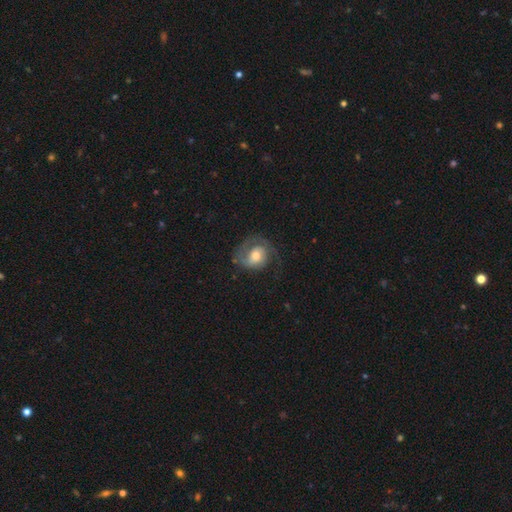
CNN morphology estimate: Smooth or featured? Predicted: featured or disk (p=0.67). Edge-on disk? Predicted: no (p=0.97). Bar? Predicted: no (p=0.63). Spiral arms? Predicted: yes (p=0.88). Spiral winding? Predicted: medium (p=0.42). Spiral arm count? Predicted: 2 (p=0.50). Bulge size? Predicted: moderate (p=0.64). Merging? Predicted: none (p=0.57).